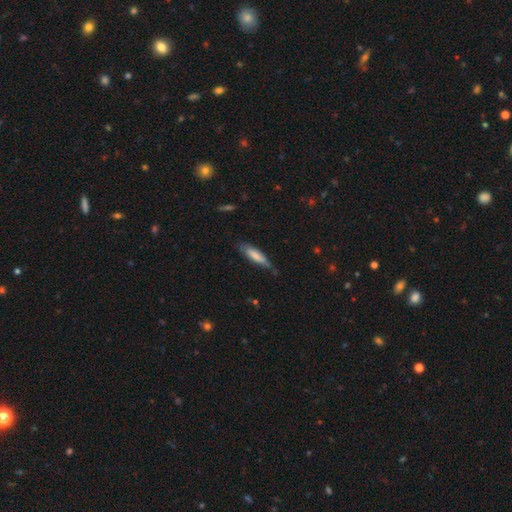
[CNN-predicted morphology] Smooth or featured? smooth (75%)
How rounded? cigar-shaped (66%)
Merging? none (61%)